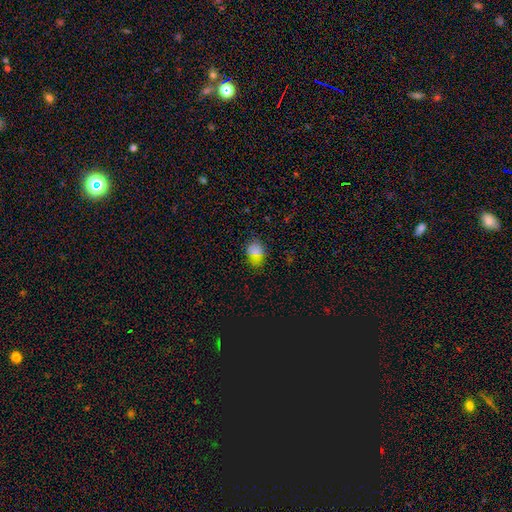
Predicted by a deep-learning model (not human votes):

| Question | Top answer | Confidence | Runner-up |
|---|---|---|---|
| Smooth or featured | smooth | 72% | star or artifact (21%) |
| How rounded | in between | 71% | round (27%) |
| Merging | none | 81% | minor disturbance (14%) |